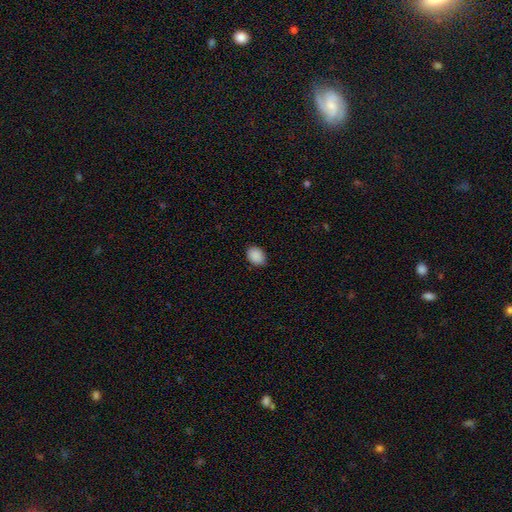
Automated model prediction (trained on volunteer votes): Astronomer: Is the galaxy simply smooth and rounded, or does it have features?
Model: smooth — 90%.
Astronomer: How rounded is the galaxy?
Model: in between — 69%.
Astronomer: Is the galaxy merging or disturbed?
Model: none — 86%.